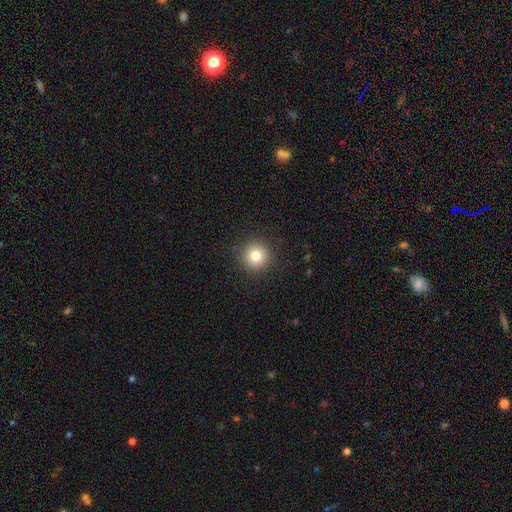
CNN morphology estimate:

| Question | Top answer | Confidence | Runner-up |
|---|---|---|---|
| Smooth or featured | smooth | 82% | star or artifact (11%) |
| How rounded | round | 95% | in between (4%) |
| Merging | none | 91% | minor disturbance (6%) |